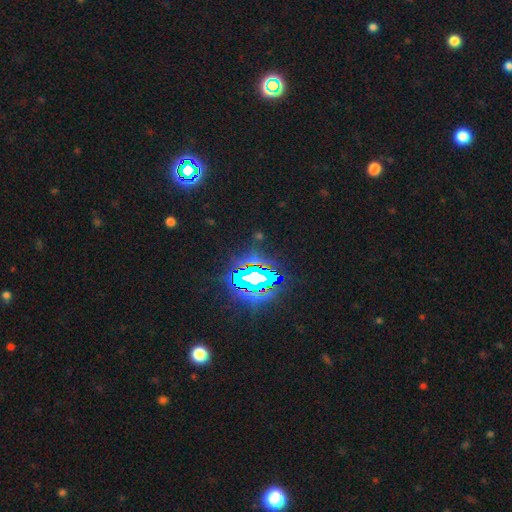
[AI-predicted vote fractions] This appears to be a star or artifact, not a galaxy (82%).